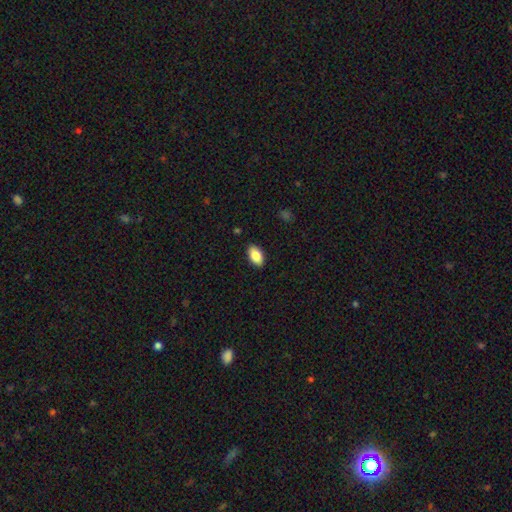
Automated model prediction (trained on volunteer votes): Smooth or featured?
  - smooth: 85% *
  - featured or disk: 8%
  - star or artifact: 7%
How rounded?
  - in between: 93% *
  - round: 5%
  - cigar-shaped: 2%
Merging?
  - none: 89% *
  - minor disturbance: 9%
  - major disturbance: 2%
  - merger: 1%